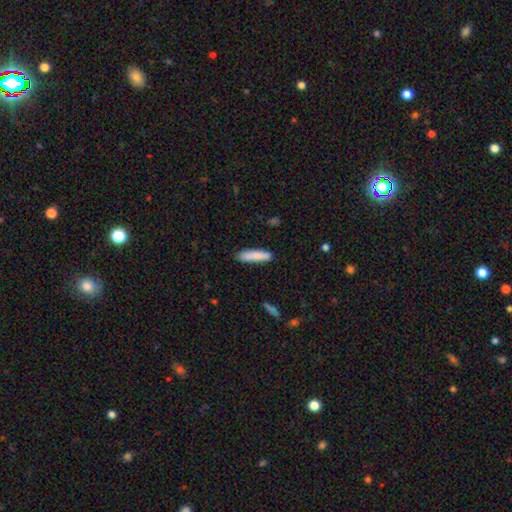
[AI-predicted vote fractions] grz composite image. It shows a smooth galaxy with no disk features (86%) that is cigar-shaped (80%). Merging: none (86%).